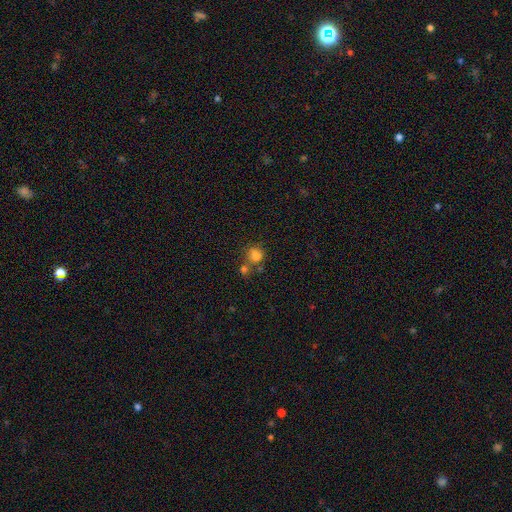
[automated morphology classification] This appears to be a smooth galaxy with no disk features (79%) that is round (79%). Merging: none (55%).